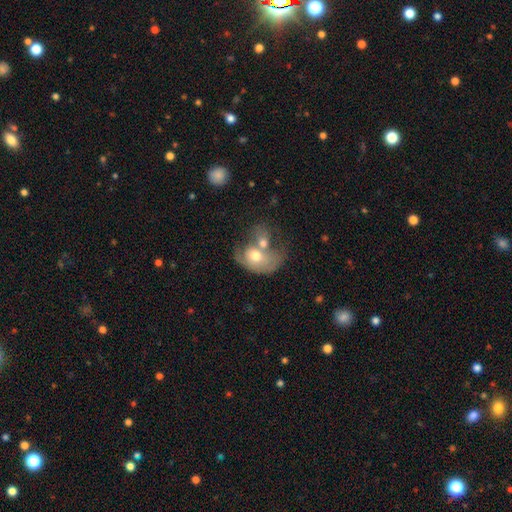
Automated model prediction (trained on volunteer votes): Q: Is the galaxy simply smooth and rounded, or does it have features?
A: smooth — 54%.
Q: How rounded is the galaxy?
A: in between — 72%.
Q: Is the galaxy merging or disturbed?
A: merger — 72%.